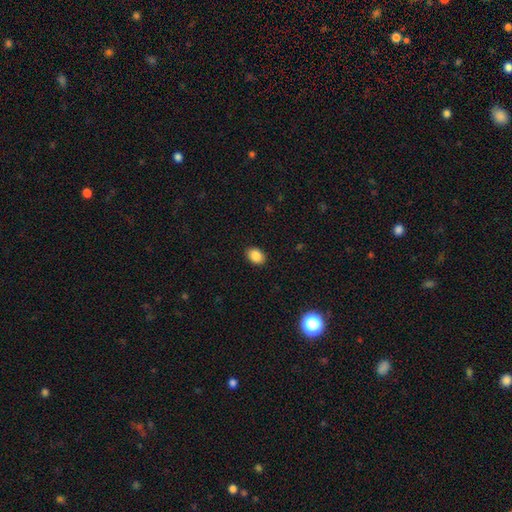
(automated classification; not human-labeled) Smooth or featured? smooth (87%)
How rounded? in between (75%)
Merging? none (89%)